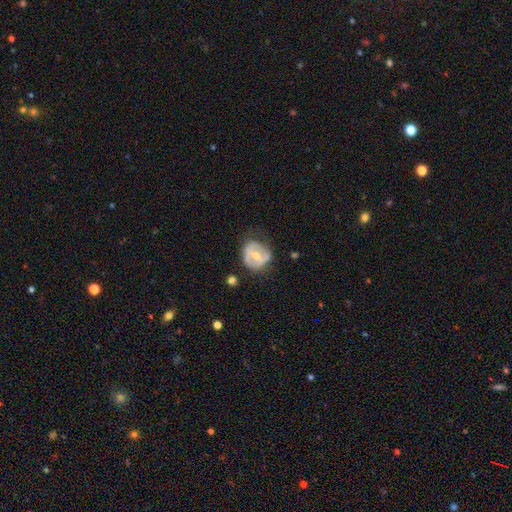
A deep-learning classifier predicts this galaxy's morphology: The model was most divided on "bar": weak: 38%, no: 36%, strong: 26%. More confident: edge-on disk — no (96%); spiral arms — no (67%); bulge size — moderate (62%); smooth or featured — featured or disk (55%); merging — none (54%).